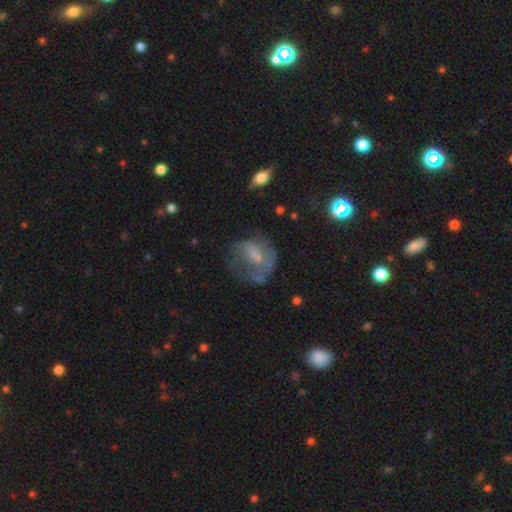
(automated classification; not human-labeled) The model was most divided on "merging": none: 38%, major disturbance: 35%, minor disturbance: 23%, merger: 4%. More confident: edge-on disk — no (96%); smooth or featured — featured or disk (51%).